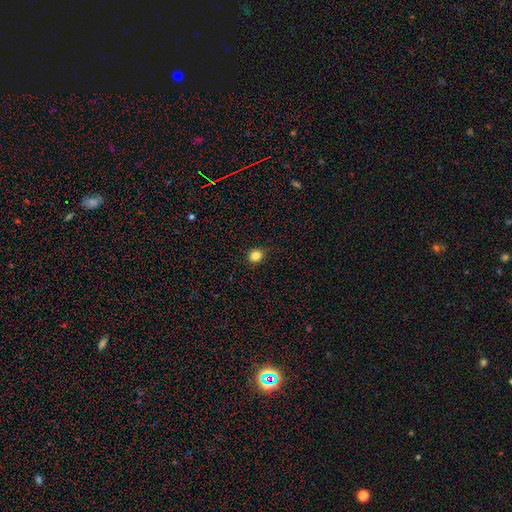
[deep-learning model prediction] smooth 84%, star or artifact 12%, featured or disk 4%. Down the decision tree: how rounded — round (77%); merging — none (88%).